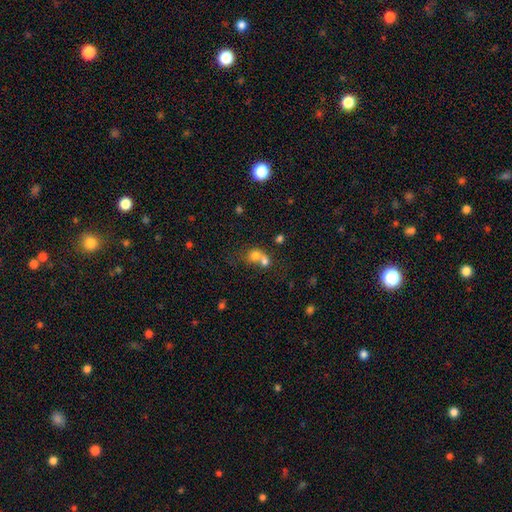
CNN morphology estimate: Q: Smooth or featured?
A: smooth (71%); runner-up: featured or disk (16%)
Q: How rounded?
A: round (71%); runner-up: in between (28%)
Q: Merging?
A: merger (67%); runner-up: none (23%)